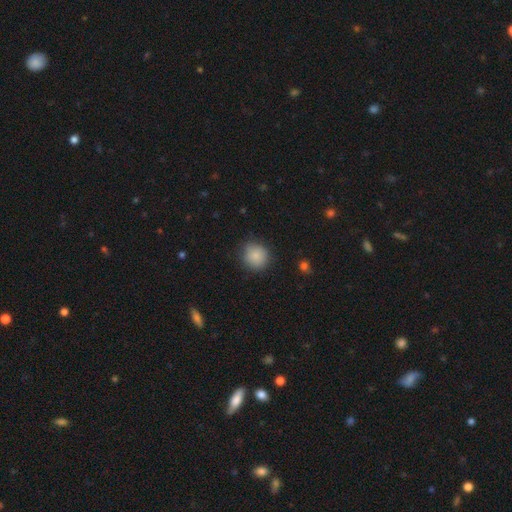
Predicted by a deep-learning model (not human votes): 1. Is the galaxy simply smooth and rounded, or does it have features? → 87% smooth, 9% star or artifact, 4% featured or disk.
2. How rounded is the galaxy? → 89% round, 10% in between, 1% cigar-shaped.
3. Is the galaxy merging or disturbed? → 84% none, 12% minor disturbance, 3% major disturbance, 1% merger.